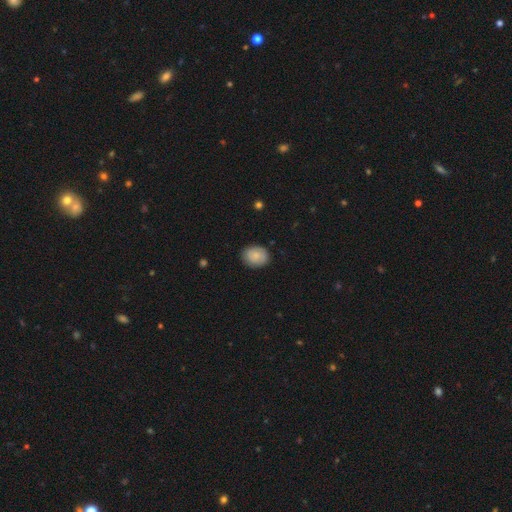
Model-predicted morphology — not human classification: This appears to be a smooth galaxy with no disk features (78%) that is in between round and cigar-shaped (50%). Merging: none (85%).